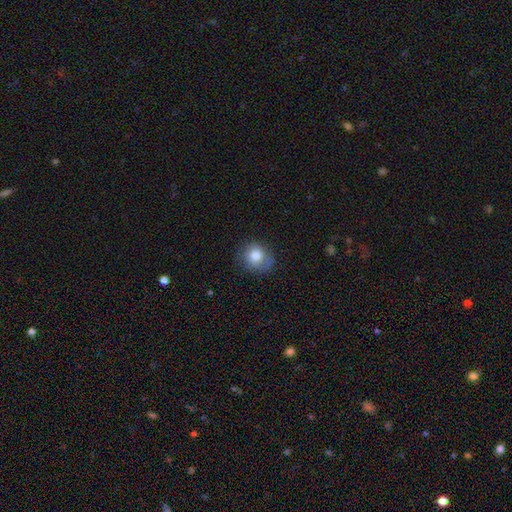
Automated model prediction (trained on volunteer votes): Smooth or featured? Predicted: smooth (p=0.80). How rounded? Predicted: round (p=0.80). Merging? Predicted: none (p=0.74).